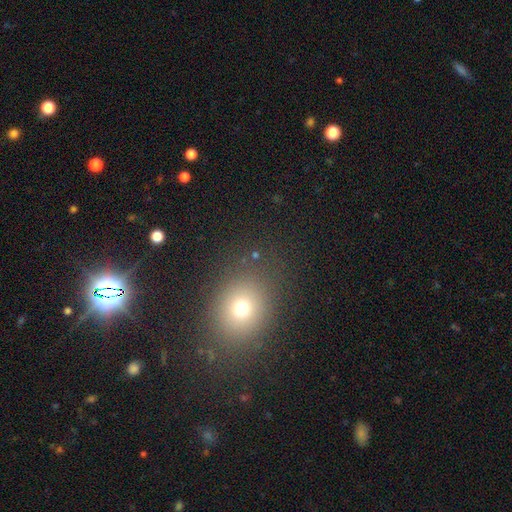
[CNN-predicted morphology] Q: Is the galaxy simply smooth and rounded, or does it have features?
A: smooth — 65%.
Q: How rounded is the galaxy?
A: round — 64%.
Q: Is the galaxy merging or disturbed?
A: none — 83%.